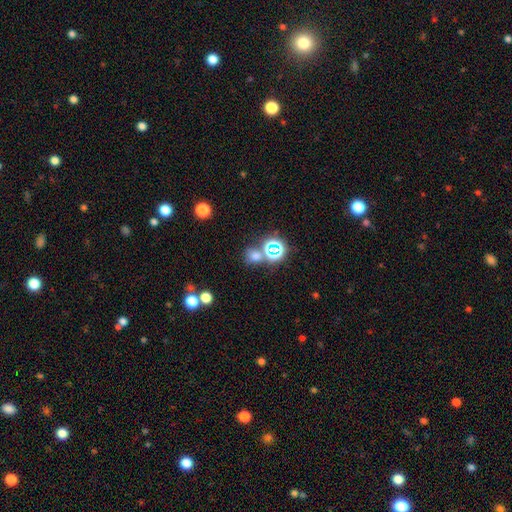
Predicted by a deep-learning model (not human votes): Overall: smooth (58%; star or artifact 34%). How rounded: round (74%). Merging: none (63%).